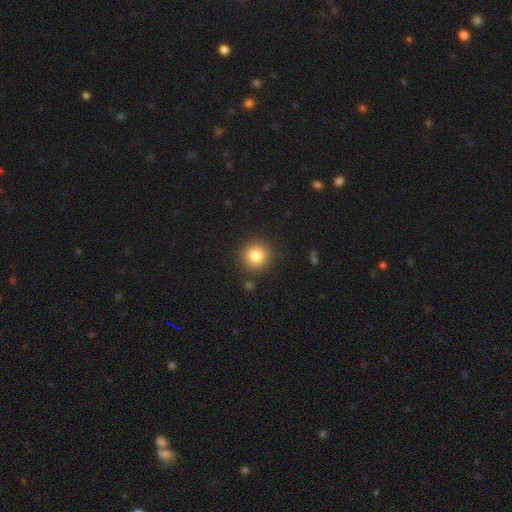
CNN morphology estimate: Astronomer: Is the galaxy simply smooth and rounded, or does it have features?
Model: smooth — 83%.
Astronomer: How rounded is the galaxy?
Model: round — 93%.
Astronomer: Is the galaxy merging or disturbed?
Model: none — 89%.